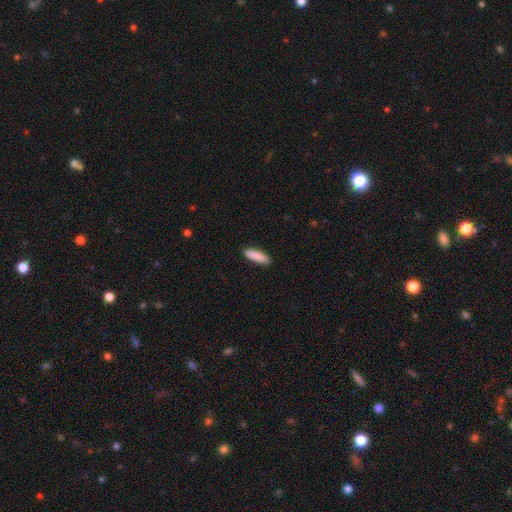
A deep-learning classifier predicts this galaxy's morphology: smooth_or_featured: smooth (p=0.88) [alt: featured or disk p=0.06]
how_rounded: cigar-shaped (p=0.73) [alt: in between p=0.26]
merging: none (p=0.90) [alt: minor disturbance p=0.07]